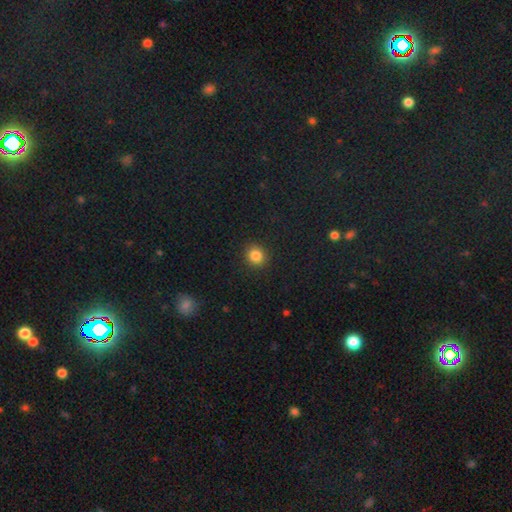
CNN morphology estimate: The model was most divided on "how rounded": round: 82%, in between: 17%, cigar-shaped: 1%. More confident: merging — none (91%); smooth or featured — smooth (84%).